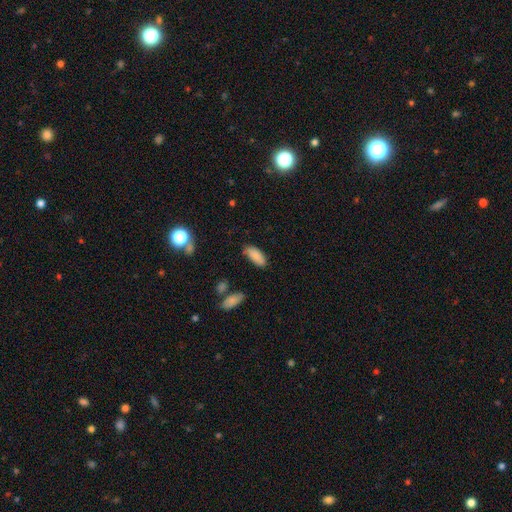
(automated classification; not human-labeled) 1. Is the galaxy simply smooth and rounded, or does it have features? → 86% smooth, 7% star or artifact, 6% featured or disk.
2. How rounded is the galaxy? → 82% in between, 16% cigar-shaped, 2% round.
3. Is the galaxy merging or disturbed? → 79% none, 16% minor disturbance, 3% major disturbance, 2% merger.